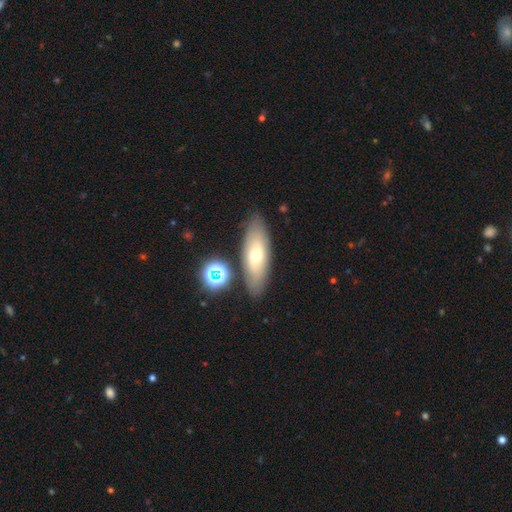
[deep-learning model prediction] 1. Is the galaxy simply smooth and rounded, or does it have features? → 50% smooth, 38% featured or disk, 12% star or artifact.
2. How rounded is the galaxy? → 54% in between, 41% cigar-shaped, 5% round.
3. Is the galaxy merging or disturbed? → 82% none, 10% minor disturbance, 6% merger, 3% major disturbance.